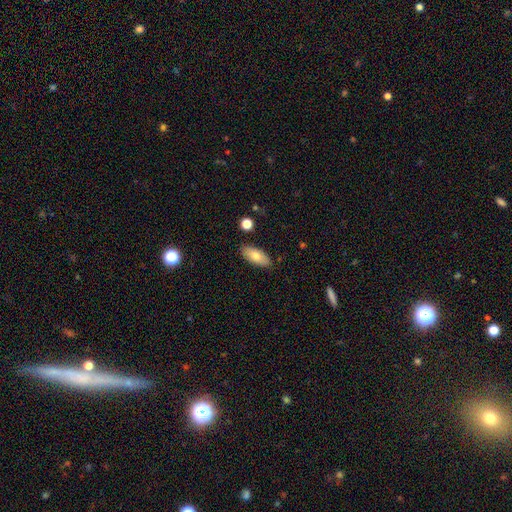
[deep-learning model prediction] Smooth or featured? smooth (75%)
How rounded? in between (84%)
Merging? none (87%)